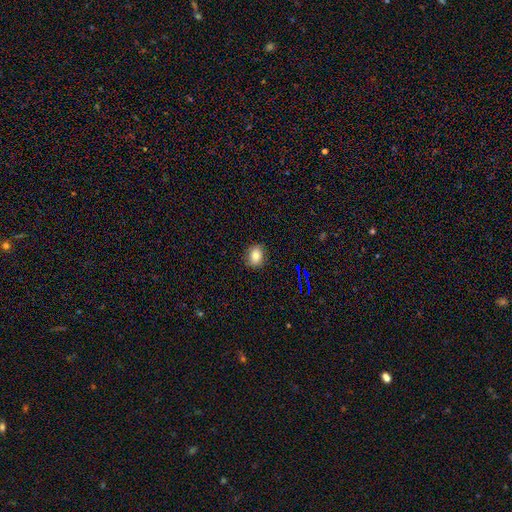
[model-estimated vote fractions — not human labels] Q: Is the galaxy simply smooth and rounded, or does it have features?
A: smooth — 78%.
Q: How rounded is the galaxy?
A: in between — 54%.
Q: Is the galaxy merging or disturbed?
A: none — 87%.